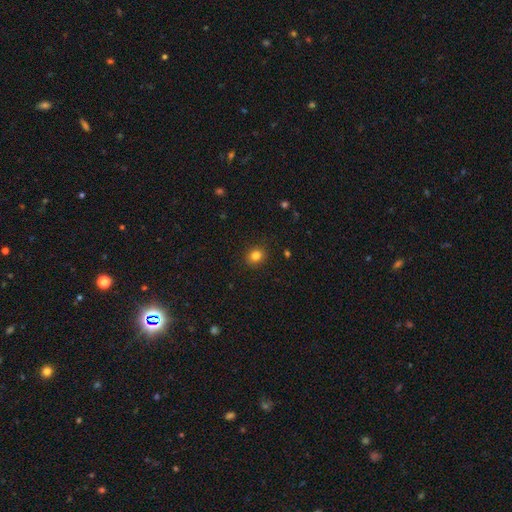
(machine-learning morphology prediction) Smooth or featured?
  - smooth: 82% *
  - star or artifact: 12%
  - featured or disk: 6%
How rounded?
  - round: 73% *
  - in between: 26%
  - cigar-shaped: 1%
Merging?
  - none: 89% *
  - minor disturbance: 8%
  - major disturbance: 2%
  - merger: 1%